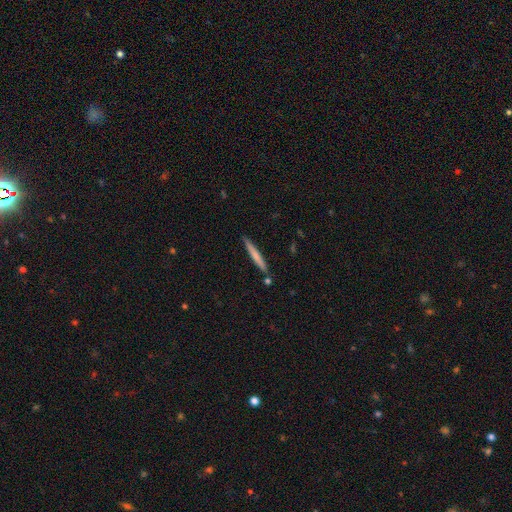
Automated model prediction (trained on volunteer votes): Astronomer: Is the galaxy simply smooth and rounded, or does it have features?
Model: smooth — 66%.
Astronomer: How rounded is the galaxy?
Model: cigar-shaped — 96%.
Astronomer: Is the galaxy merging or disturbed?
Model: none — 86%.